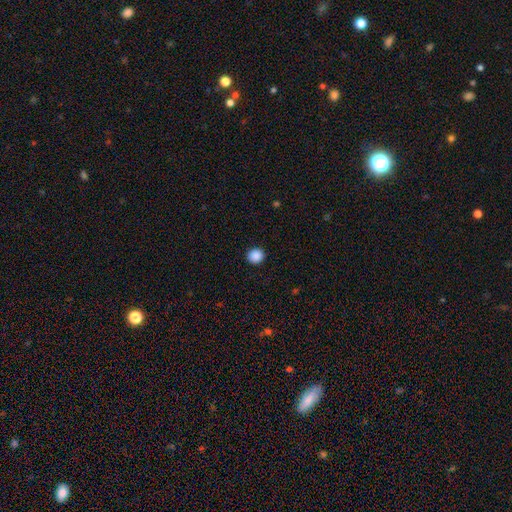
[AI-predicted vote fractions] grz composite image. It shows a smooth galaxy with no disk features (89%) that is round (89%). Merging: none (92%).